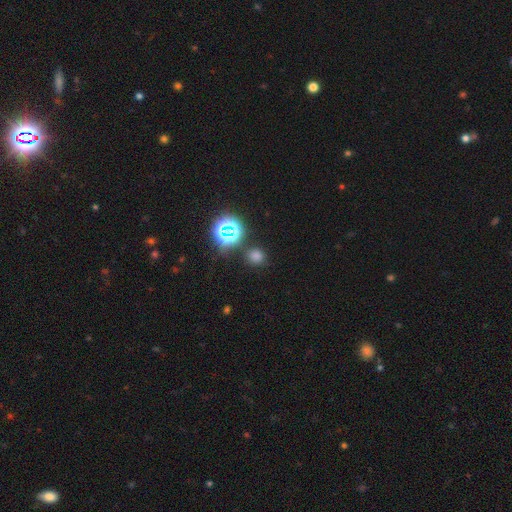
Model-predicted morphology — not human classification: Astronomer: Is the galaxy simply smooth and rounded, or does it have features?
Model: smooth — 67%.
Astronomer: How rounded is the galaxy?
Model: round — 88%.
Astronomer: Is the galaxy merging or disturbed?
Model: none — 84%.